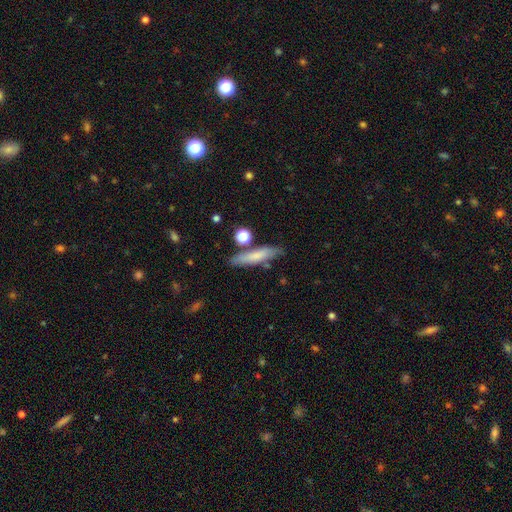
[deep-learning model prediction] smooth 72%, featured or disk 21%, star or artifact 7%. Down the decision tree: how rounded — cigar-shaped (81%); merging — none (77%).